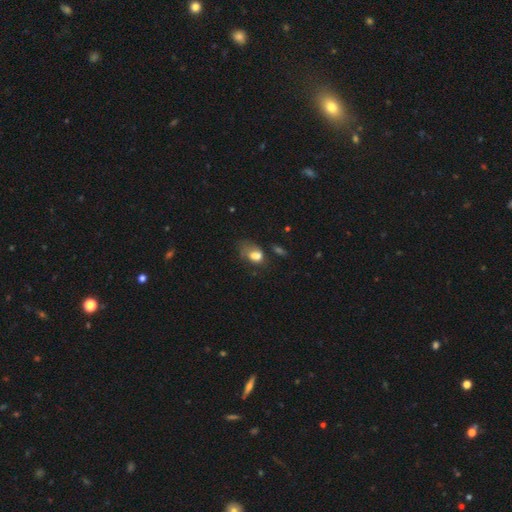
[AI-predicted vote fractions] The model was most divided on "merging": major disturbance: 40%, minor disturbance: 25%, none: 24%, merger: 12%. More confident: how rounded — in between (79%); smooth or featured — smooth (66%).